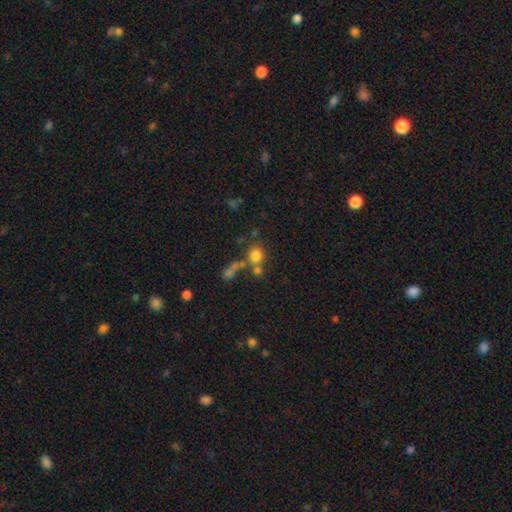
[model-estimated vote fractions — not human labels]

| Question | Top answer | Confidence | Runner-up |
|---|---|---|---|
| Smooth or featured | smooth | 76% | star or artifact (14%) |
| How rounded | round | 84% | in between (15%) |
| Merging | none | 53% | merger (30%) |